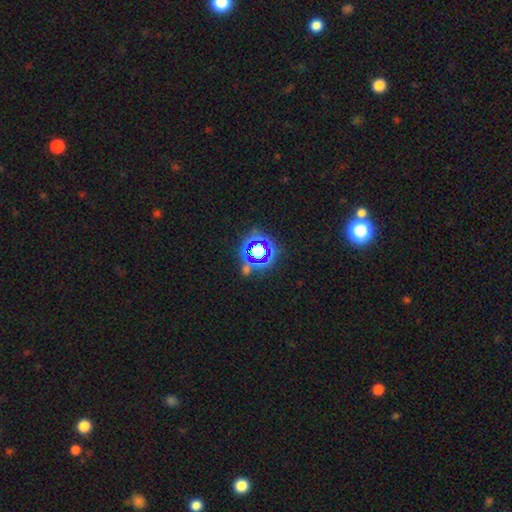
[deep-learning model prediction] Smooth or featured: star or artifact — 75% (smooth — 18%)